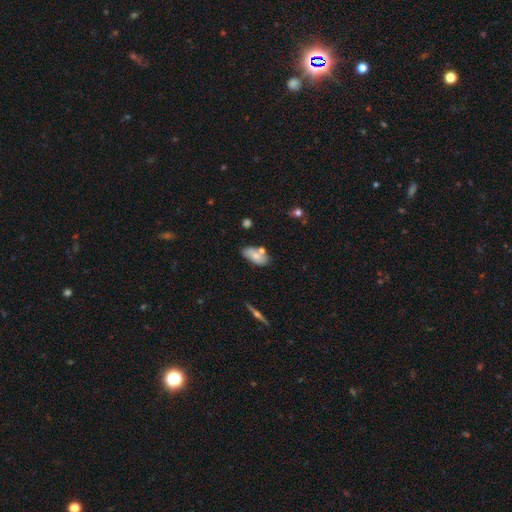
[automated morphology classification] Smooth or featured: smooth — 70% (featured or disk — 22%)
How rounded: in between — 90% (cigar-shaped — 7%)
Merging: none — 59% (minor disturbance — 19%)